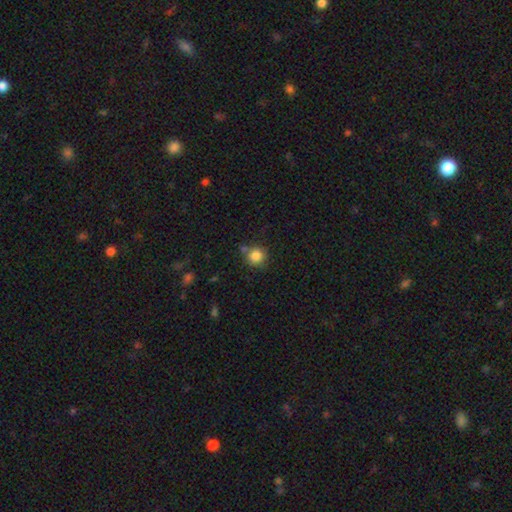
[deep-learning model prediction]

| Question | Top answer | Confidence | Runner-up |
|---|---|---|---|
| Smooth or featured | smooth | 85% | star or artifact (10%) |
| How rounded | round | 91% | in between (8%) |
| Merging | none | 72% | merger (12%) |